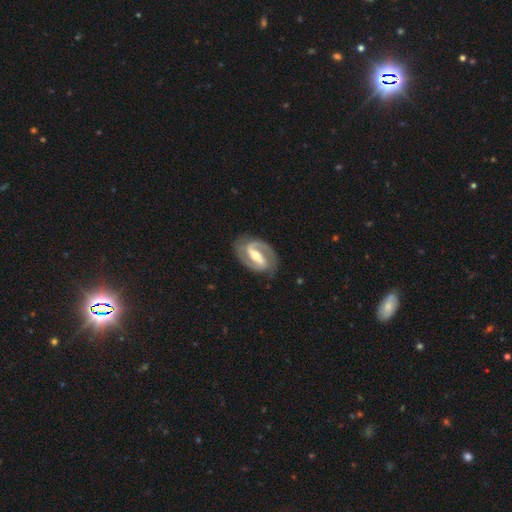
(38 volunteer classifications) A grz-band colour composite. It shows a featured or disk galaxy (97%) with a strong bar (70%), 2 (89%) medium (44%) spiral arms (97%) and a moderate central bulge (54%). Merging: none (86%).